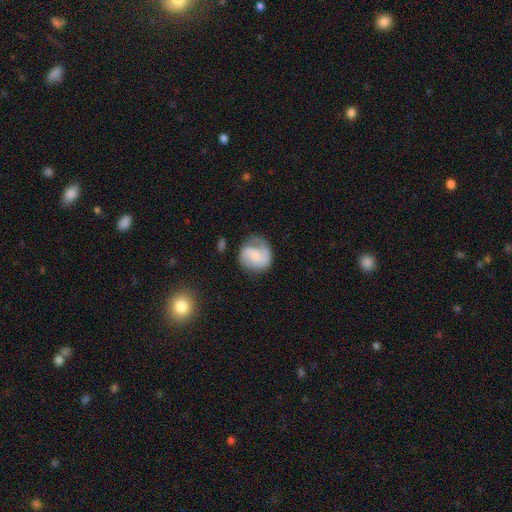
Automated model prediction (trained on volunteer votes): Smooth or featured?
  - featured or disk: 53% *
  - smooth: 40%
  - star or artifact: 7%
Edge-on disk?
  - no: 98% *
  - yes: 2%
Bar?
  - no: 56% *
  - weak: 34%
  - strong: 9%
Spiral arms?
  - yes: 87% *
  - no: 13%
Bulge size?
  - small: 35% * (tied)
  - none: 35% * (tied)
  - moderate: 19%
  - large: 8%
  - dominant: 3%
Merging?
  - none: 54% *
  - minor disturbance: 26%
  - major disturbance: 18%
  - merger: 3%